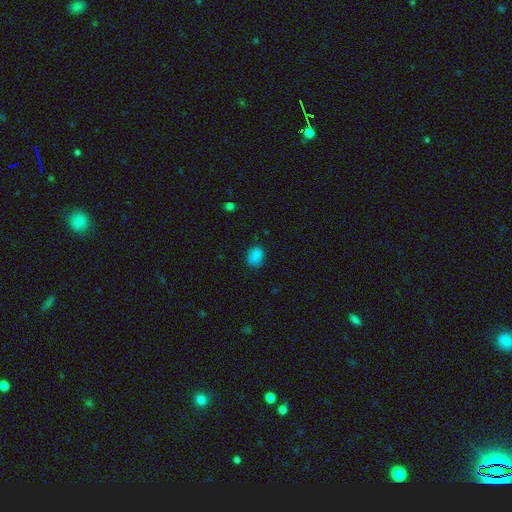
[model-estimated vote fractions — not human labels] Smooth or featured? Predicted: smooth (p=0.83). How rounded? Predicted: in between (p=0.54). Merging? Predicted: none (p=0.75).